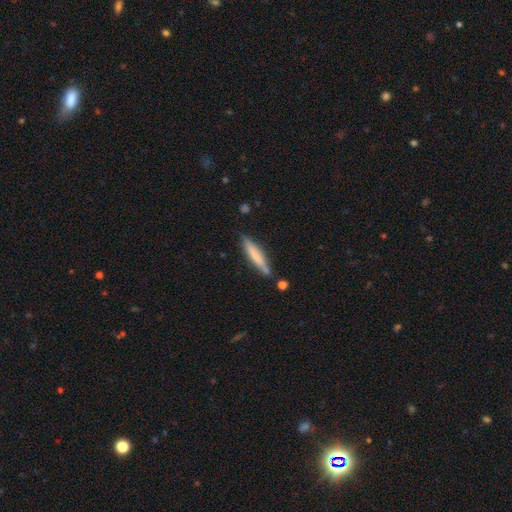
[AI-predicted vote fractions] Smooth or featured? smooth (66%)
How rounded? cigar-shaped (89%)
Merging? none (76%)